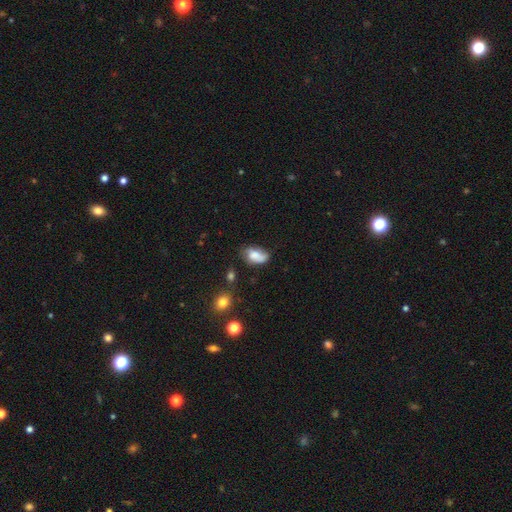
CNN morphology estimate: A smooth galaxy with no disk features (68%) that is in between round and cigar-shaped (90%).

Vote fractions:
- Smooth or featured? smooth: 68% / featured or disk: 23% / star or artifact: 9%
- How rounded? in between: 90% / round: 7% / cigar-shaped: 3%
- Merging? none: 49% / minor disturbance: 33% / major disturbance: 12% / merger: 7%